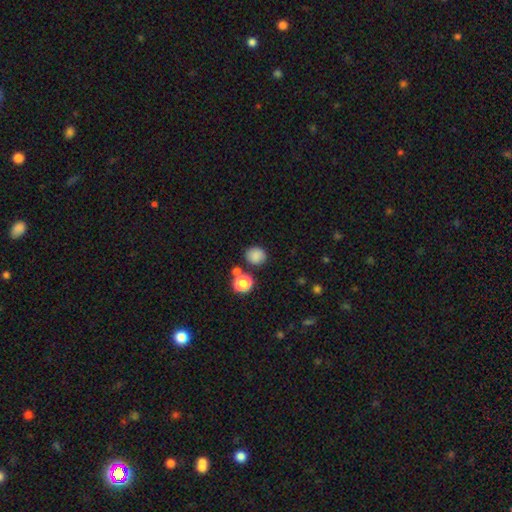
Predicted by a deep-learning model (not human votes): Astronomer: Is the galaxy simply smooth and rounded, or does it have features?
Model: smooth — 83%.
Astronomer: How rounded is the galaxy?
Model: round — 80%.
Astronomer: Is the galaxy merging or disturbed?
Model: none — 76%.